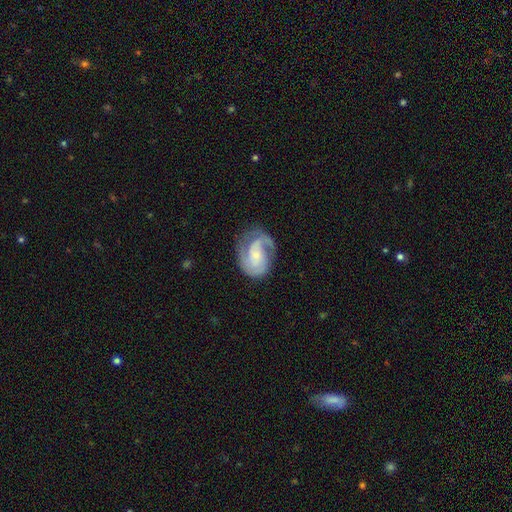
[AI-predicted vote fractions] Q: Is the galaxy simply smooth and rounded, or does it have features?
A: featured or disk — 84%.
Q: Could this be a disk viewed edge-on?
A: no — 98%.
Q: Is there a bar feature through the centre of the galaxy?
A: no — 60%.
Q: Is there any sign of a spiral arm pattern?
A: yes — 96%.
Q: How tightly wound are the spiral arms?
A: medium — 45%.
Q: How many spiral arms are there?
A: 2 — 67%.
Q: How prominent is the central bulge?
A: small — 65%.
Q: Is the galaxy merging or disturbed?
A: none — 64%.